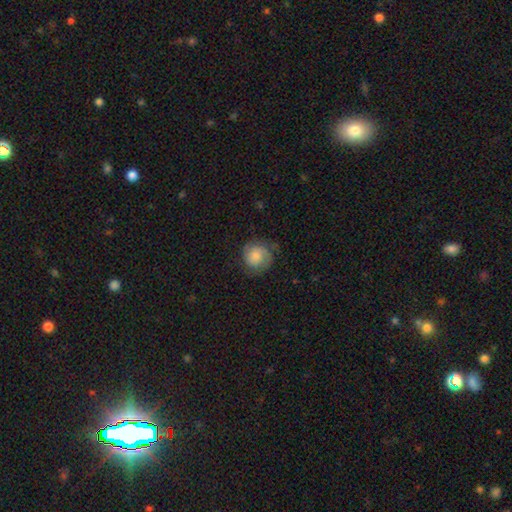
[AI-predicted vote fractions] This is possibly a smooth galaxy (53%). How rounded: clearly round (86%). Merging: likely none (71%).